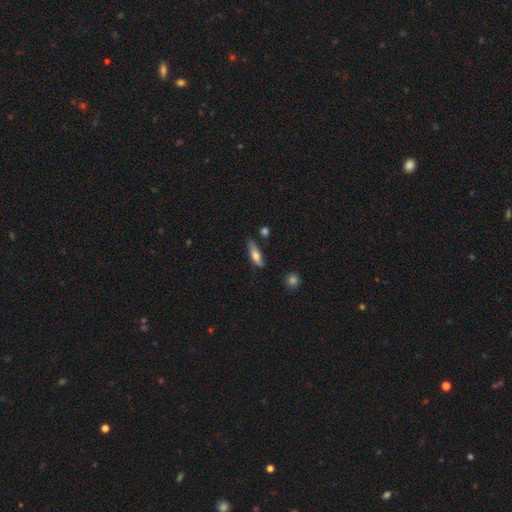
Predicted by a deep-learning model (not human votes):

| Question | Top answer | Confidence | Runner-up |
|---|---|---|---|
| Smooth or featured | smooth | 63% | featured or disk (31%) |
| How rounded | cigar-shaped | 52% | in between (45%) |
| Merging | none | 67% | minor disturbance (24%) |